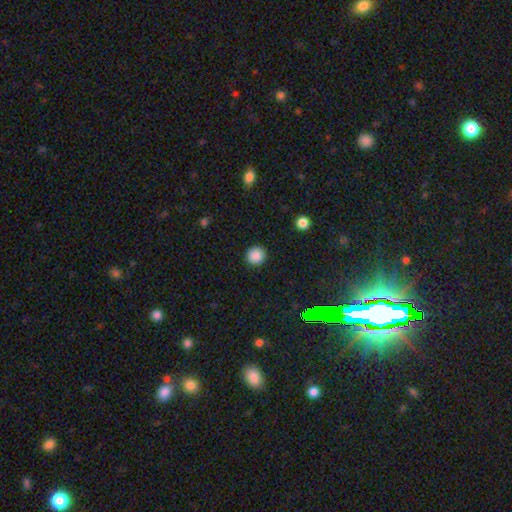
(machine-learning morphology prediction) This appears to be a smooth galaxy with no disk features (87%) that is round (93%). Merging: none (92%).